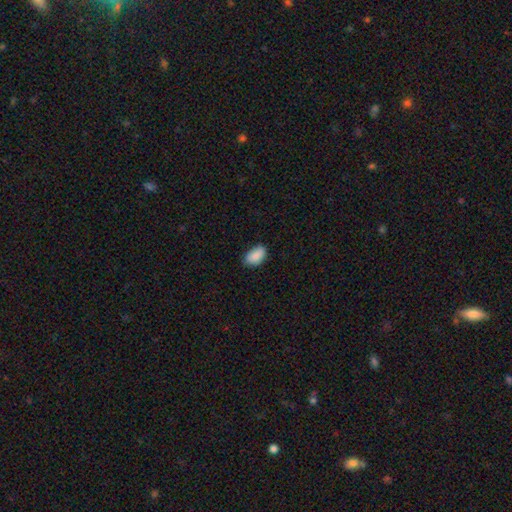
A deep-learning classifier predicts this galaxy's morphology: Q: Smooth or featured?
A: smooth (89%); runner-up: star or artifact (7%)
Q: How rounded?
A: in between (93%); runner-up: round (5%)
Q: Merging?
A: none (76%); runner-up: minor disturbance (20%)